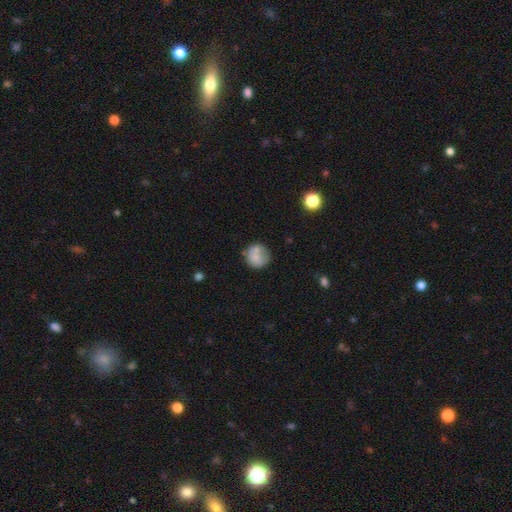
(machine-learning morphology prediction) type=smooth (74%); roundness=round (86%); merging=none (60%).